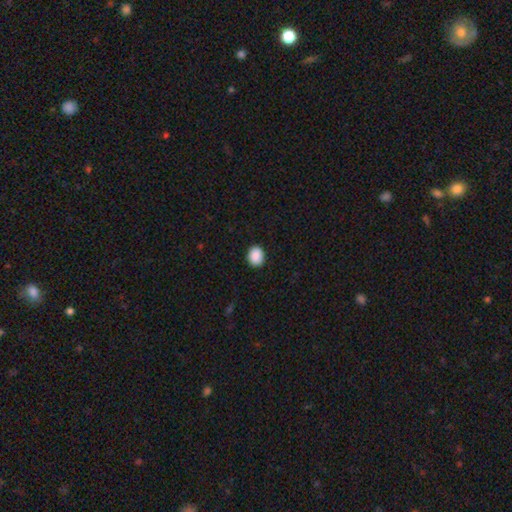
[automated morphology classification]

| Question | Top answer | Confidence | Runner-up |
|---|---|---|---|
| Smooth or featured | smooth | 90% | star or artifact (8%) |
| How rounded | round | 54% | in between (46%) |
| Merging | none | 89% | minor disturbance (8%) |